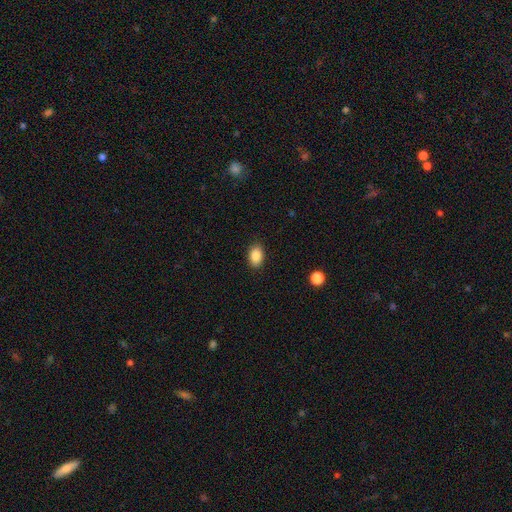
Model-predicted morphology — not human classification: Q: Smooth or featured?
A: smooth (88%); runner-up: star or artifact (8%)
Q: How rounded?
A: in between (86%); runner-up: round (12%)
Q: Merging?
A: none (89%); runner-up: minor disturbance (8%)